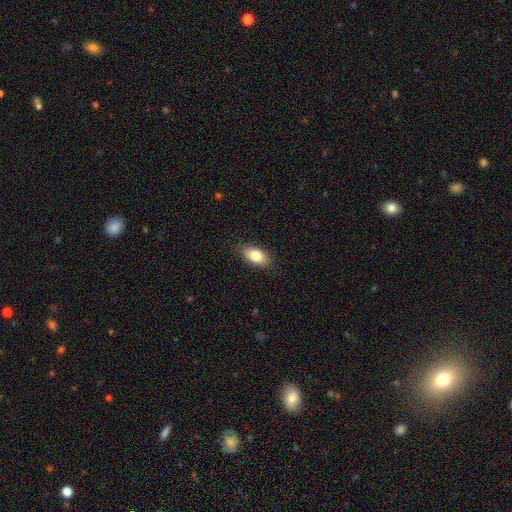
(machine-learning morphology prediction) type=smooth (82%); roundness=in between (91%); merging=none (87%).